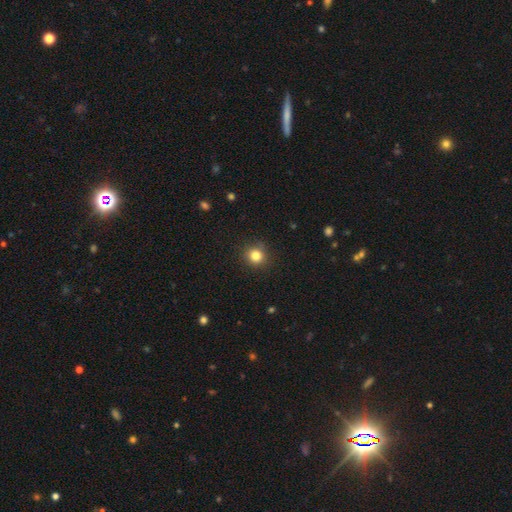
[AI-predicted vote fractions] Smooth or featured? Predicted: smooth (p=0.82). How rounded? Predicted: round (p=0.89). Merging? Predicted: none (p=0.88).